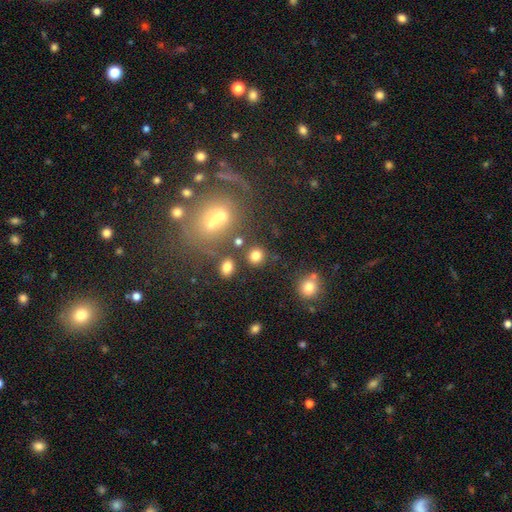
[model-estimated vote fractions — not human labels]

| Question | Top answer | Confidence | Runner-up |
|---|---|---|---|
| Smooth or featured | smooth | 80% | star or artifact (14%) |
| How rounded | round | 85% | in between (14%) |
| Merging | none | 80% | minor disturbance (8%) |